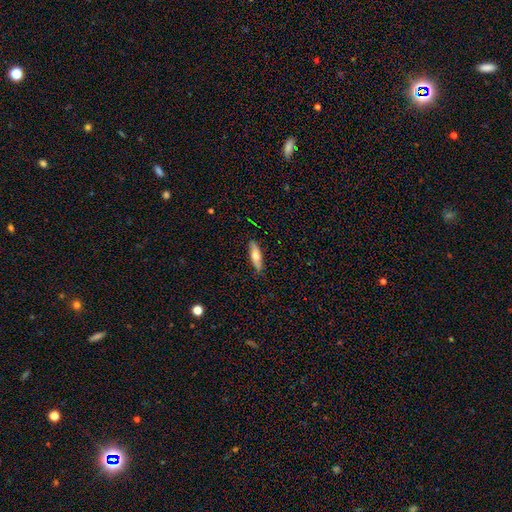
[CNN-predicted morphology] Smooth or featured: smooth — 68% (featured or disk — 26%)
How rounded: cigar-shaped — 65% (in between — 33%)
Merging: none — 83% (minor disturbance — 13%)